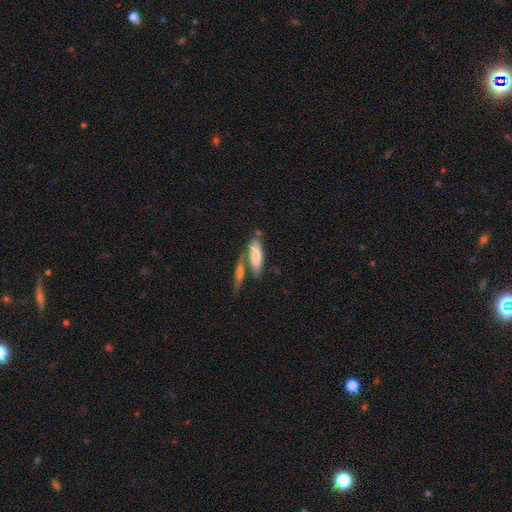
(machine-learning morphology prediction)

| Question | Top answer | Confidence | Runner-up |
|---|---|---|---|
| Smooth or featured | smooth | 70% | featured or disk (24%) |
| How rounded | cigar-shaped | 49% | tied: in between (49%) |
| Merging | none | 43% | merger (38%) |